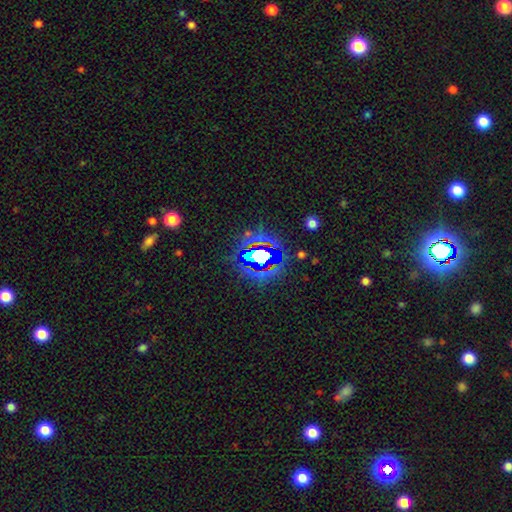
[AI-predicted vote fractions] smooth_or_featured: star or artifact (p=0.67) [alt: smooth p=0.19]